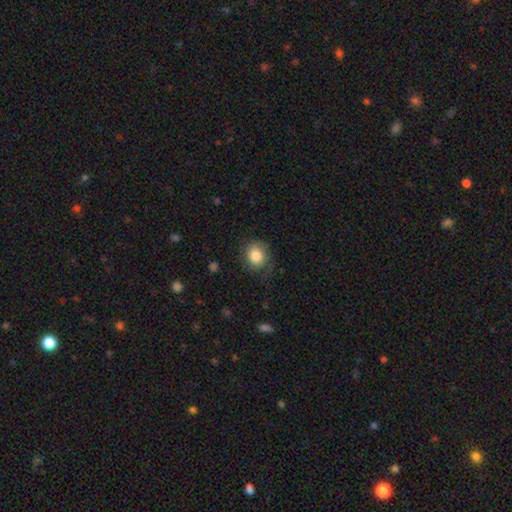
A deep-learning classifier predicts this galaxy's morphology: smooth-or-featured: smooth: 81% | featured or disk: 11% | star or artifact: 8%
  how-rounded: round: 75% | in between: 24% | cigar-shaped: 1%
  merging: none: 67% | minor disturbance: 22% | major disturbance: 10% | merger: 1%